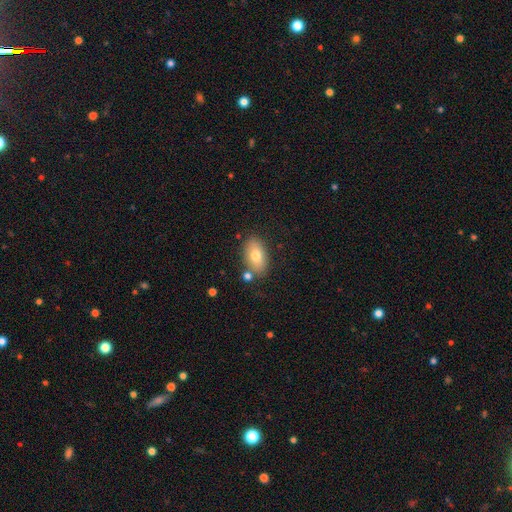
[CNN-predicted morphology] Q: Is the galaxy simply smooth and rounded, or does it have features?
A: smooth — 75%.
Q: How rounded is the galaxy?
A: in between — 90%.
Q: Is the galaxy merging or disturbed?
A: none — 78%.